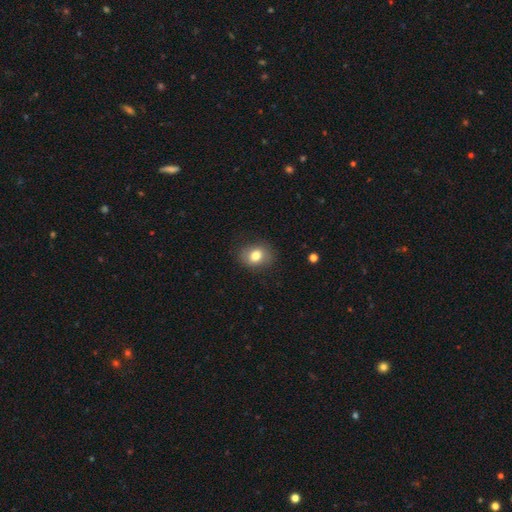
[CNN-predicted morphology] smooth_or_featured: smooth (p=0.78) [alt: featured or disk p=0.13]
how_rounded: round (p=0.51) [alt: in between p=0.48]
merging: none (p=0.82) [alt: minor disturbance p=0.13]